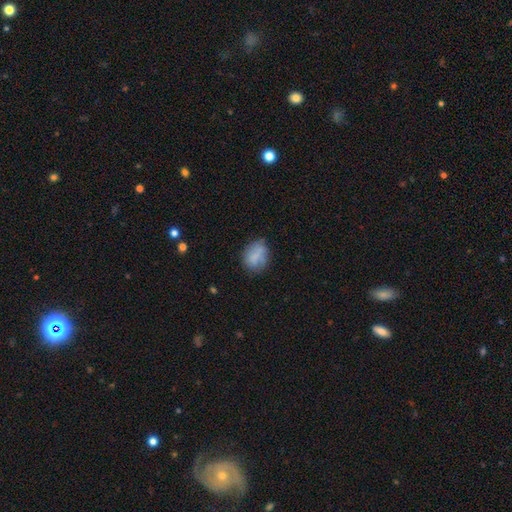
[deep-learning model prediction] Smooth or featured?
  - smooth: 73% *
  - featured or disk: 18%
  - star or artifact: 9%
How rounded?
  - in between: 54% *
  - round: 45%
  - cigar-shaped: 1%
Merging?
  - none: 62% *
  - minor disturbance: 25%
  - major disturbance: 9%
  - merger: 4%